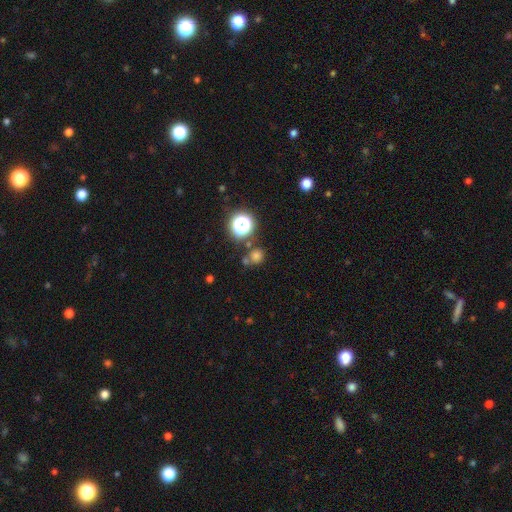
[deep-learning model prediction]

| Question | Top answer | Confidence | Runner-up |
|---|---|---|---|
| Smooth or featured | smooth | 68% | star or artifact (25%) |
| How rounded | round | 88% | in between (11%) |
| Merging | none | 68% | merger (17%) |